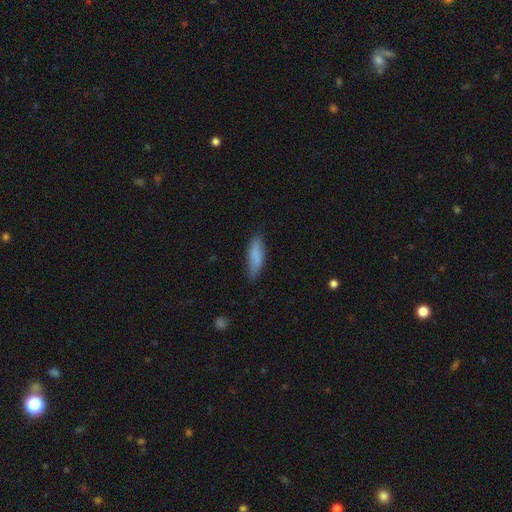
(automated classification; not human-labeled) Morphology: type=smooth (82%); roundness=cigar-shaped (51%); merging=none (76%).